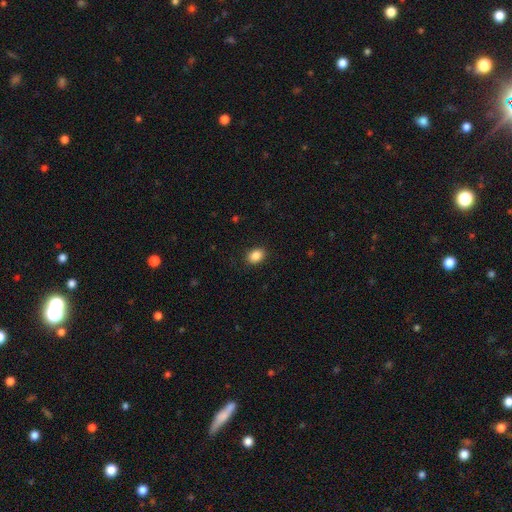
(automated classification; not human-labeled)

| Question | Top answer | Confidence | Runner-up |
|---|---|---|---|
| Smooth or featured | smooth | 87% | star or artifact (9%) |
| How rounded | in between | 69% | round (30%) |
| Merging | none | 89% | minor disturbance (8%) |